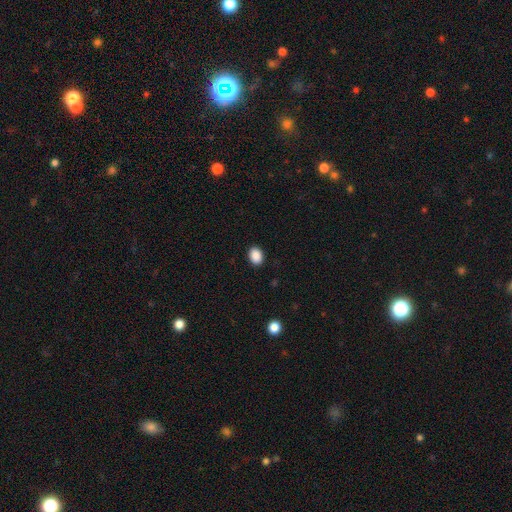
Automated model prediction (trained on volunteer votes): Q: Smooth or featured?
A: smooth (90%); runner-up: star or artifact (8%)
Q: How rounded?
A: in between (68%); runner-up: round (31%)
Q: Merging?
A: none (90%); runner-up: minor disturbance (7%)